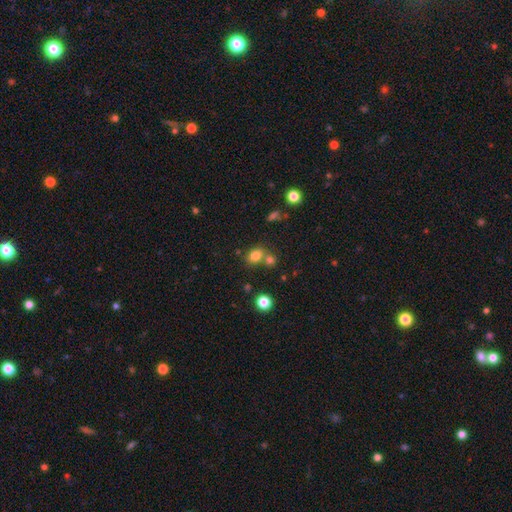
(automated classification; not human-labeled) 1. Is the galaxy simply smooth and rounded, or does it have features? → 79% smooth, 14% star or artifact, 8% featured or disk.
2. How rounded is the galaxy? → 56% in between, 43% round, 1% cigar-shaped.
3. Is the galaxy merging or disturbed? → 56% none, 30% merger, 10% minor disturbance, 4% major disturbance.